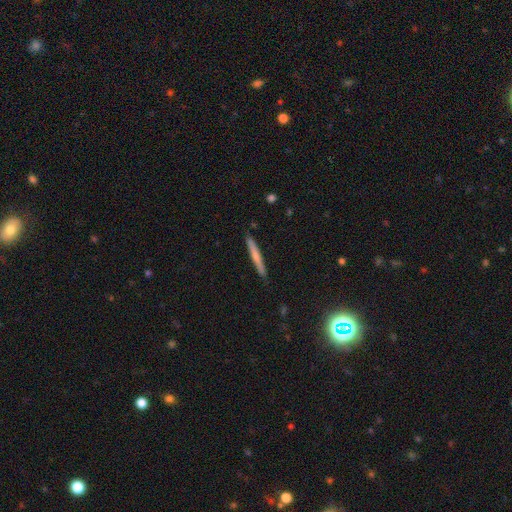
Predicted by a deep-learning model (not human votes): Smooth or featured? Predicted: smooth (p=0.61). How rounded? Predicted: cigar-shaped (p=0.96). Merging? Predicted: none (p=0.89).